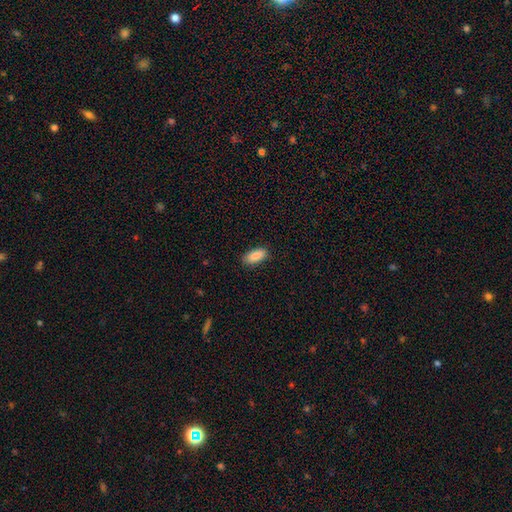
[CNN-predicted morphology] A smooth galaxy with no disk features (88%) that is in between round and cigar-shaped (88%). Merging: none (87%).